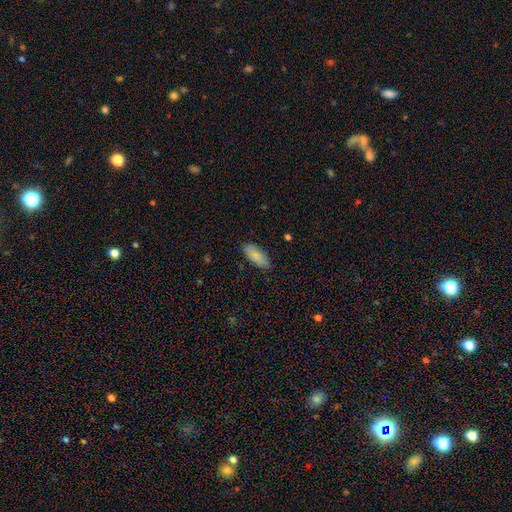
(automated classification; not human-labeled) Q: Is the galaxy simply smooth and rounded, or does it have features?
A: smooth — 82%.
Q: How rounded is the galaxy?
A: in between — 82%.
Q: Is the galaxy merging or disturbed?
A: none — 82%.